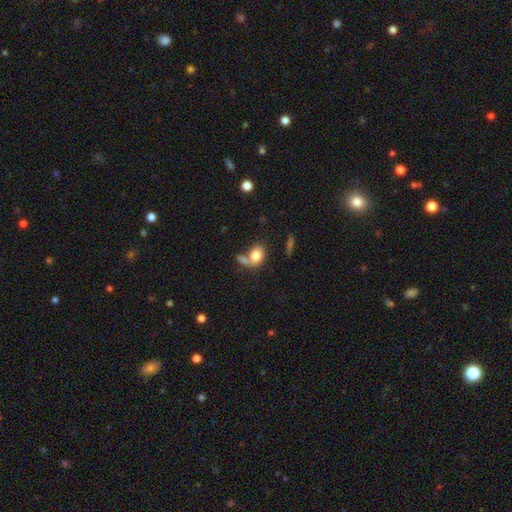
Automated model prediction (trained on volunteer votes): A smooth galaxy with no disk features (80%) that is in between round and cigar-shaped (68%). Merging: none (41%).